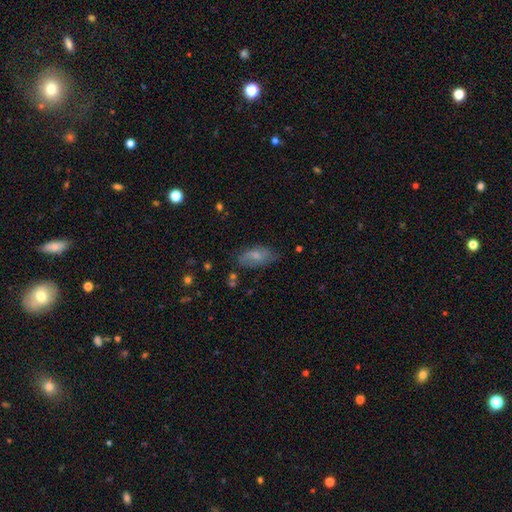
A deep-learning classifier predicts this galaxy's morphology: A smooth galaxy with no disk features (61%) that is in between round and cigar-shaped (87%). Merging: none (65%).